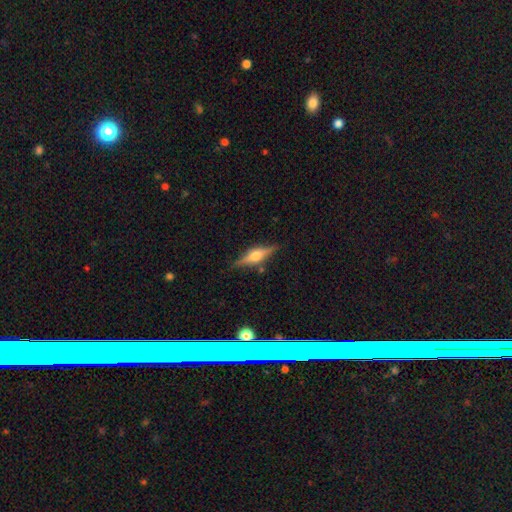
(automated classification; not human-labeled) This appears to be a featured or disk galaxy (69%) viewed edge-on (96%) with a rounded central bulge (91%). Merging: none (85%).